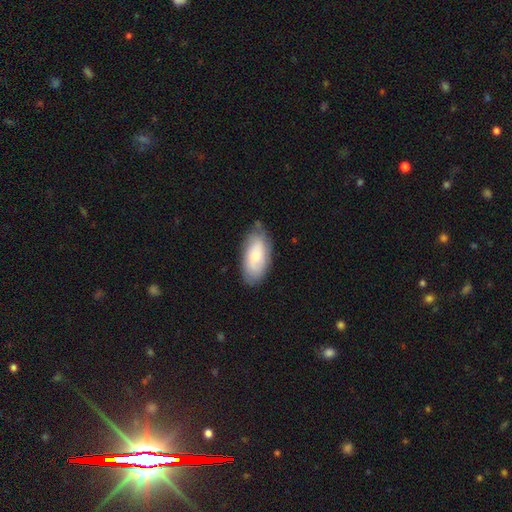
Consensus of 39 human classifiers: This is clearly a smooth galaxy (85%). How rounded: clearly in between (91%). Merging: likely none (63%).